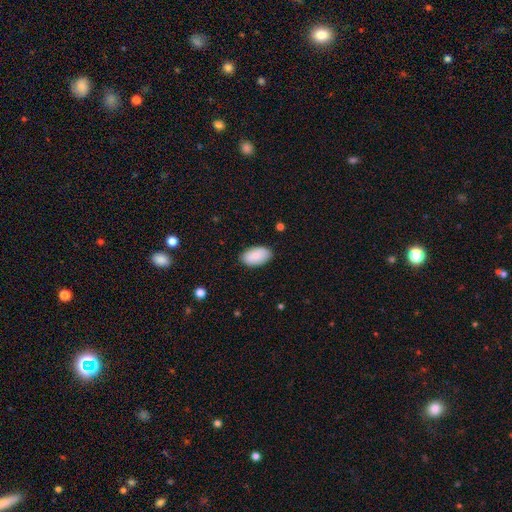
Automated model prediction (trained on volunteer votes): Q: Smooth or featured?
A: smooth (88%); runner-up: featured or disk (6%)
Q: How rounded?
A: in between (95%); runner-up: round (3%)
Q: Merging?
A: none (87%); runner-up: minor disturbance (10%)